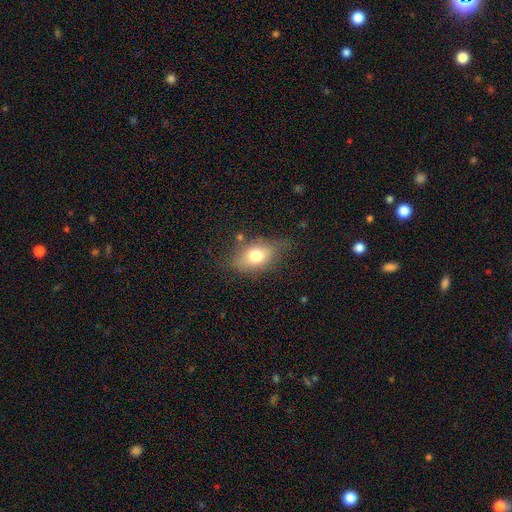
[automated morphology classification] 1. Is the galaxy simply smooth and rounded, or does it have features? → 71% smooth, 21% featured or disk, 8% star or artifact.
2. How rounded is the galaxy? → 82% in between, 15% round, 4% cigar-shaped.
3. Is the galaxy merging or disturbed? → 63% none, 26% minor disturbance, 8% major disturbance, 3% merger.